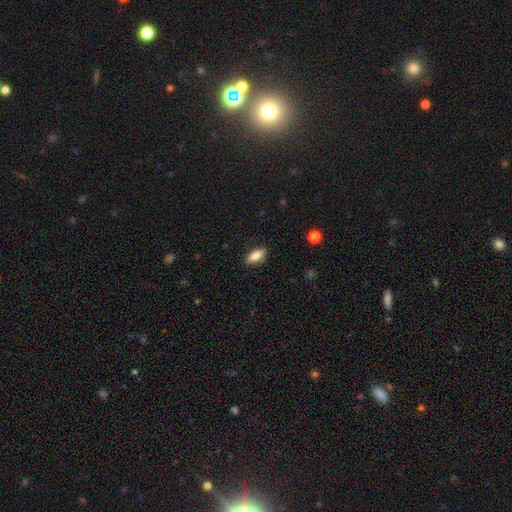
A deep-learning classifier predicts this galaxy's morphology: This is clearly a smooth galaxy (83%). How rounded: likely in between (77%). Merging: clearly none (88%).